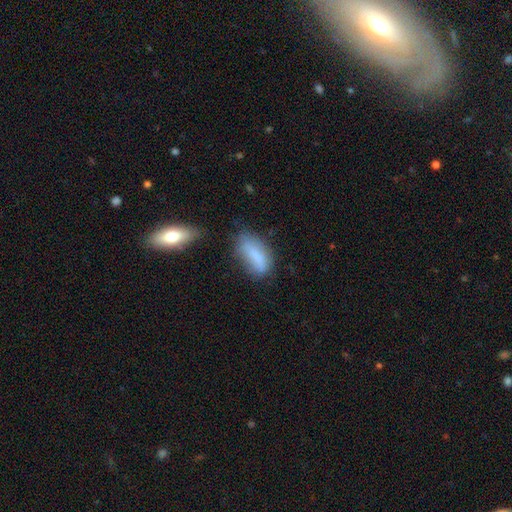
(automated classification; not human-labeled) smooth_or_featured: smooth (p=0.77) [alt: featured or disk p=0.14]
how_rounded: in between (p=0.79) [alt: cigar-shaped p=0.18]
merging: none (p=0.49) [alt: minor disturbance p=0.31]